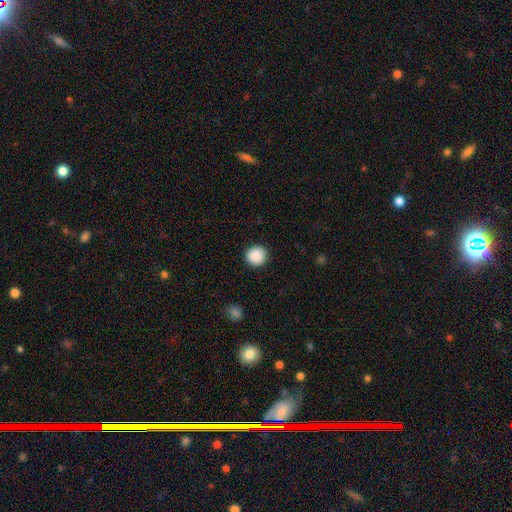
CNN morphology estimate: This is clearly a smooth galaxy (89%). How rounded: clearly round (92%). Merging: clearly none (91%).